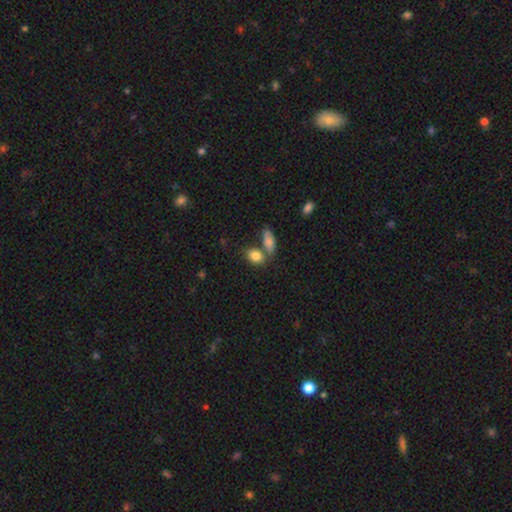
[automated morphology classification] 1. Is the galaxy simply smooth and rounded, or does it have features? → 84% smooth, 8% star or artifact, 8% featured or disk.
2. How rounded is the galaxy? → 79% in between, 18% round, 3% cigar-shaped.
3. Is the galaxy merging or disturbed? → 51% none, 32% merger, 12% minor disturbance, 4% major disturbance.